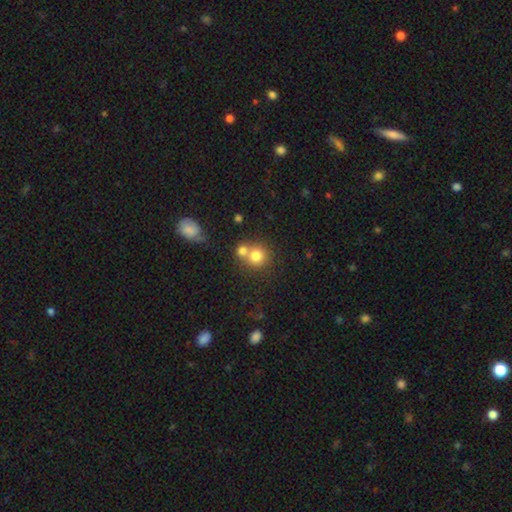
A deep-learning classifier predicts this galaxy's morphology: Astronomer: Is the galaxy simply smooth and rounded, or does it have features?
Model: smooth — 77%.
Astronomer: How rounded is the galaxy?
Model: round — 87%.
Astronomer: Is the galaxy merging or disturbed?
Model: merger — 45% (runner-up: none, 44%).